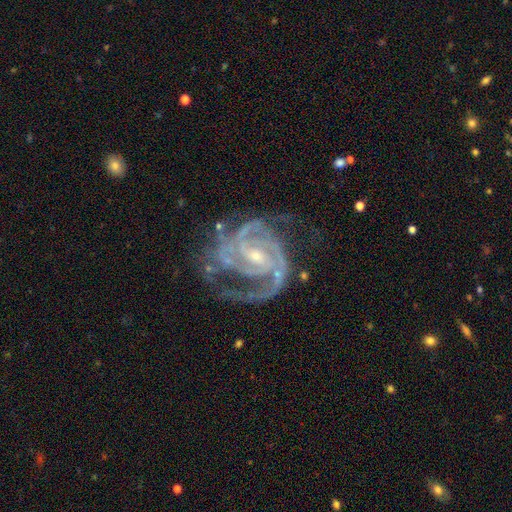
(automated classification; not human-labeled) Morphology: type=featured or disk (92%); edge-on=no (98%); bar=weak (49%); spiral arms=yes (98%); winding=tight (53%); arm count=2 (44%); bulge=small (59%); merging=none (58%).